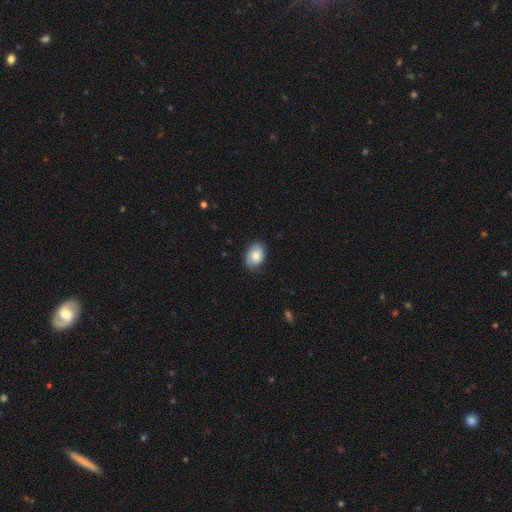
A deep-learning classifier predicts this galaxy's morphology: Smooth or featured?
  - smooth: 77% *
  - featured or disk: 15%
  - star or artifact: 7%
How rounded?
  - in between: 72% *
  - round: 27%
  - cigar-shaped: 1%
Merging?
  - none: 77% *
  - minor disturbance: 18%
  - major disturbance: 4%
  - merger: 1%